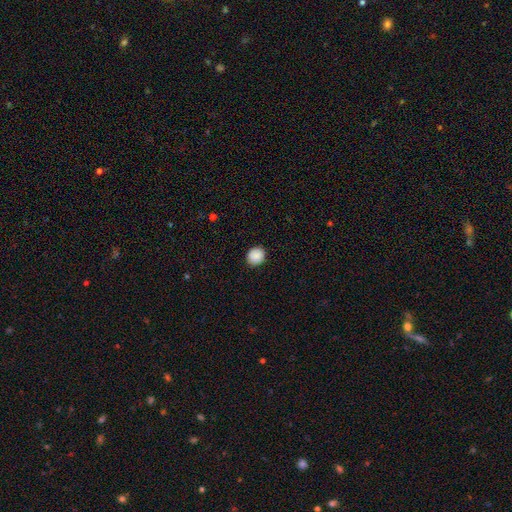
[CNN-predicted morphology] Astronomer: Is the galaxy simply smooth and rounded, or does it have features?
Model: smooth — 90%.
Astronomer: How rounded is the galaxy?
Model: round — 81%.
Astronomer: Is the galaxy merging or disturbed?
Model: none — 91%.